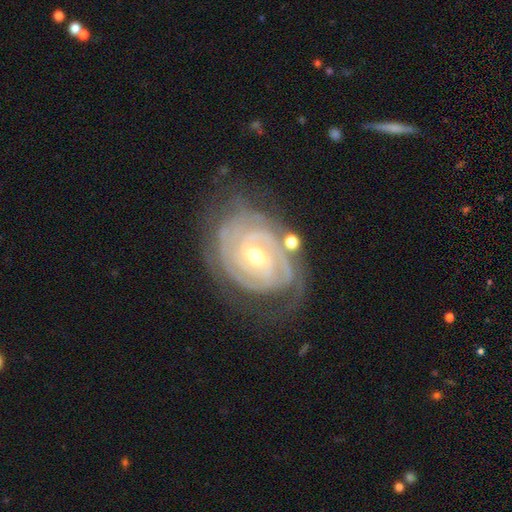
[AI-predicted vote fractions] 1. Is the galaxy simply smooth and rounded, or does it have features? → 90% featured or disk, 5% star or artifact, 5% smooth.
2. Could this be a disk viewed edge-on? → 97% no, 3% yes.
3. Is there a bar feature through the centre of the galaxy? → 45% weak, 34% no, 21% strong.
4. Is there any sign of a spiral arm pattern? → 98% yes, 2% no.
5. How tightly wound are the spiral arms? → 82% tight, 15% medium, 2% loose.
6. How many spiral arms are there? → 34% 2, 25% 3, 21% can't tell, 11% 4, 5% more than 4, 5% 1.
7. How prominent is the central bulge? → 53% moderate, 44% small, 2% large, 1% none, 1% dominant.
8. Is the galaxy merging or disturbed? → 69% none, 20% minor disturbance, 8% major disturbance, 3% merger.